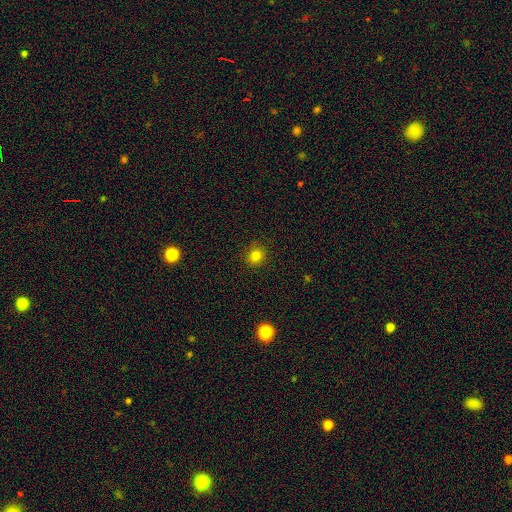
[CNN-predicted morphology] The model was most divided on "smooth or featured": smooth: 81%, star or artifact: 14%, featured or disk: 5%. More confident: merging — none (88%); how rounded — round (85%).